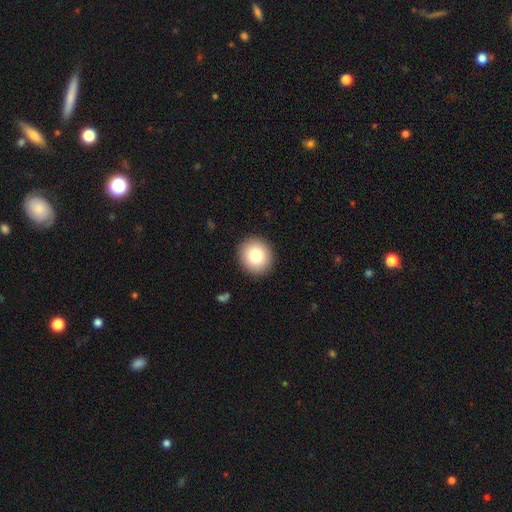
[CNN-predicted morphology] The model was most divided on "how rounded": round: 85%, in between: 14%, cigar-shaped: 1%. More confident: merging — none (91%); smooth or featured — smooth (84%).